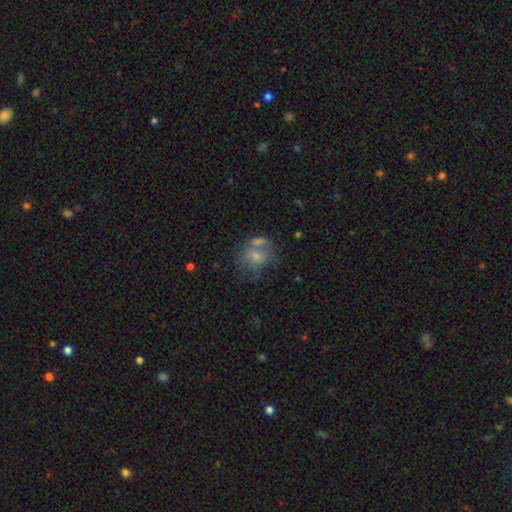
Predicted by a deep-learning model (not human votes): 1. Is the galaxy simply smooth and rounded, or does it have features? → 47% smooth, 34% featured or disk, 19% star or artifact.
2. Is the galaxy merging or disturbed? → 43% none, 28% merger, 17% minor disturbance, 12% major disturbance.